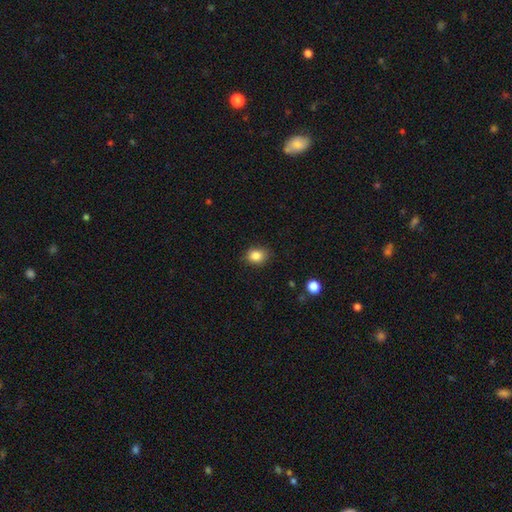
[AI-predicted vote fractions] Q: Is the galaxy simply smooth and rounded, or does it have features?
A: smooth — 85%.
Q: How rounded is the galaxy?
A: round — 55%.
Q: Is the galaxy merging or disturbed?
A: none — 84%.